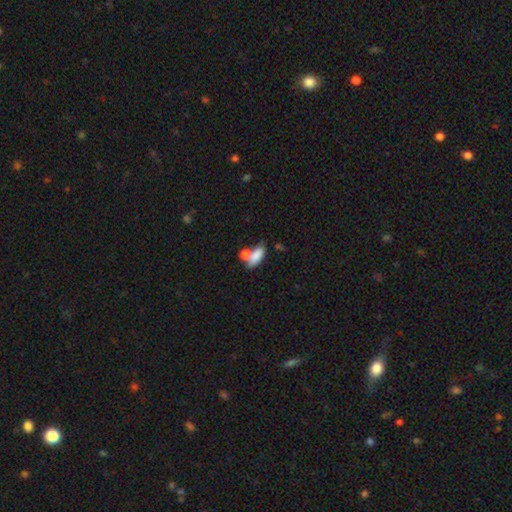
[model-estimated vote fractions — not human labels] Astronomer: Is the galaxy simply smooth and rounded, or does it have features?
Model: smooth — 80%.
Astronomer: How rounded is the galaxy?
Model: in between — 82%.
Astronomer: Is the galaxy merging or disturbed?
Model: merger — 43% (runner-up: none, 38%).